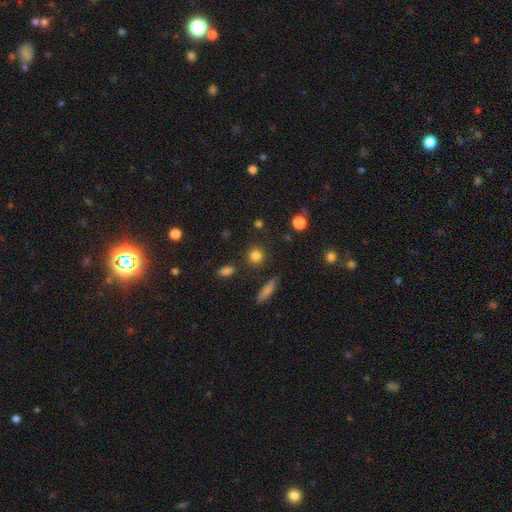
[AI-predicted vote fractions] The model was most divided on "smooth or featured": smooth: 82%, star or artifact: 11%, featured or disk: 6%. More confident: how rounded — round (88%); merging — none (86%).